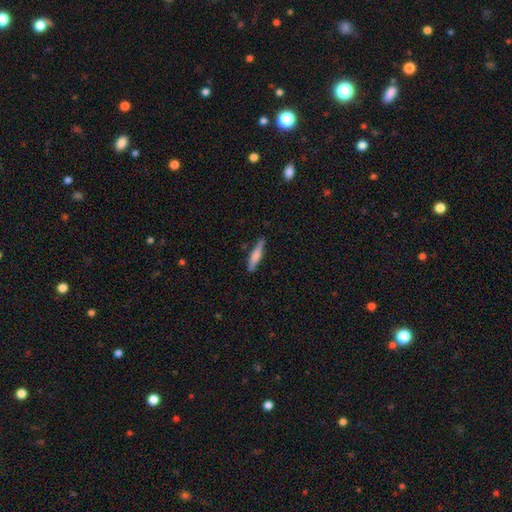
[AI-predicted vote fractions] smooth-or-featured: smooth: 70% | featured or disk: 24% | star or artifact: 6%
  how-rounded: cigar-shaped: 85% | in between: 14% | round: 2%
  merging: none: 79% | minor disturbance: 16% | major disturbance: 3% | merger: 2%